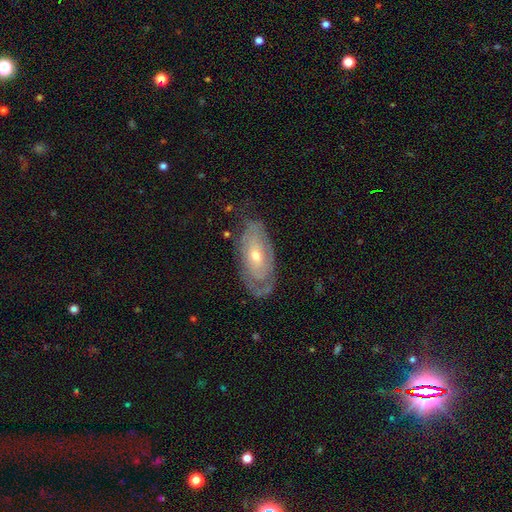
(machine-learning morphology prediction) A featured or disk galaxy (74%) with no bar (75%), tight (74%) spiral arms (77%) and a small central bulge (50%).

Vote fractions:
- Smooth or featured? featured or disk: 74% / smooth: 20% / star or artifact: 6%
- Edge-on disk? no: 90% / yes: 10%
- Bar? no: 75% / weak: 20% / strong: 5%
- Spiral arms? yes: 77% / no: 23%
- Spiral winding? tight: 74% / medium: 19% / loose: 7%
- Spiral arm count? can't tell: 52% / 2: 27% / 1: 11% / 3: 5% / 4: 3% / more than 4: 2%
- Bulge size? small: 50% / moderate: 47% / large: 2% / none: 1% / dominant: 1%
- Merging? none: 70% / minor disturbance: 21% / major disturbance: 8% / merger: 2%